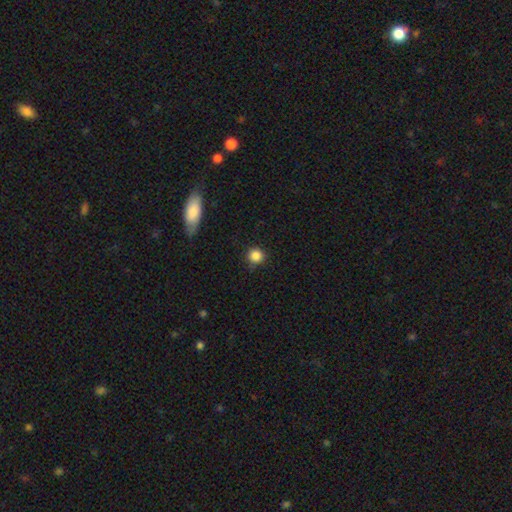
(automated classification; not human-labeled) smooth_or_featured: smooth (p=0.86) [alt: star or artifact p=0.10]
how_rounded: round (p=0.94) [alt: in between p=0.05]
merging: none (p=0.86) [alt: minor disturbance p=0.10]